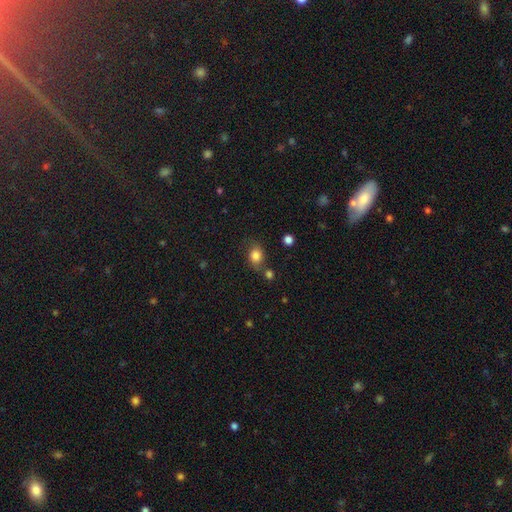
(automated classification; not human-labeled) smooth-or-featured: smooth: 81% | star or artifact: 11% | featured or disk: 8%
  how-rounded: round: 51% | in between: 48% | cigar-shaped: 1%
  merging: none: 65% | minor disturbance: 19% | merger: 10% | major disturbance: 6%